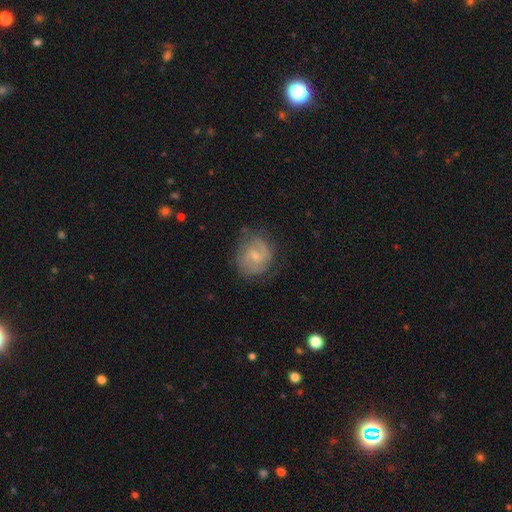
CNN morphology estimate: Smooth or featured?
  - featured or disk: 66% *
  - smooth: 27%
  - star or artifact: 7%
Edge-on disk?
  - no: 98% *
  - yes: 2%
Bar?
  - weak: 55% *
  - no: 36%
  - strong: 9%
Spiral arms?
  - yes: 89% *
  - no: 11%
Spiral winding?
  - medium: 45% *
  - tight: 38%
  - loose: 17%
Spiral arm count?
  - 2: 70% *
  - can't tell: 17%
  - 3: 5%
  - 1: 4%
  - 4: 2%
  - more than 4: 2%
Bulge size?
  - small: 59% *
  - moderate: 33%
  - none: 6%
  - large: 1%
  - dominant: 1%
Merging?
  - none: 72% *
  - minor disturbance: 19%
  - major disturbance: 7%
  - merger: 1%